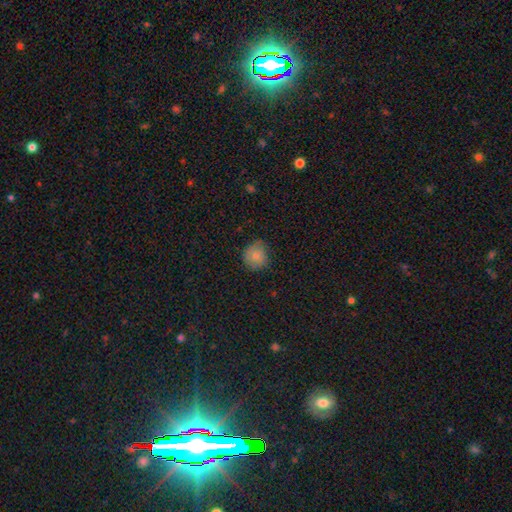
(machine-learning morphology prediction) smooth 81%, featured or disk 10%, star or artifact 9%. Down the decision tree: how rounded — round (85%); merging — none (66%).